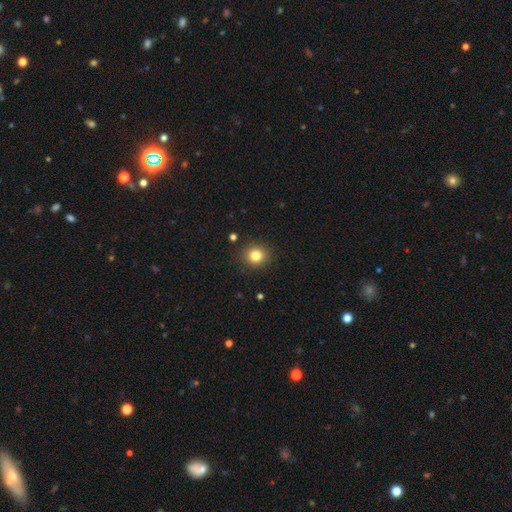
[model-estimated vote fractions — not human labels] This is clearly a smooth galaxy (82%). How rounded: clearly round (86%). Merging: clearly none (89%).